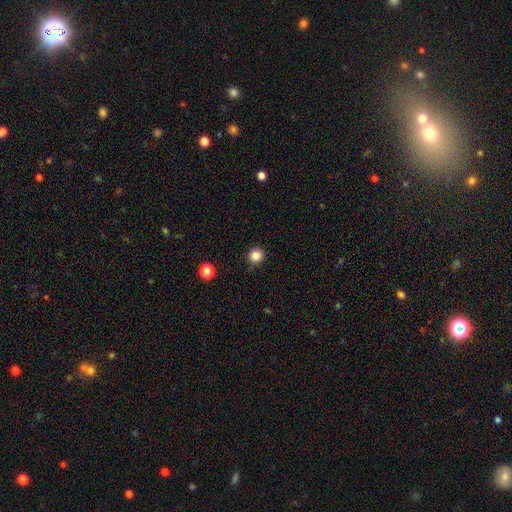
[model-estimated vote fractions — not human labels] Overall: smooth (85%). How rounded: round (93%). Merging: none (87%).